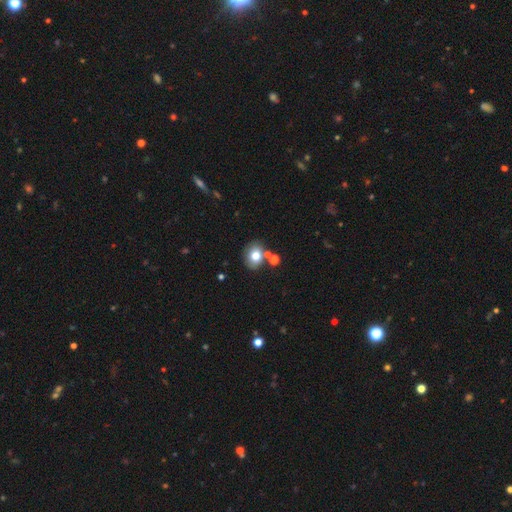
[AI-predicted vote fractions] The model was most divided on "how rounded": round: 52%, in between: 47%, cigar-shaped: 1%. More confident: smooth or featured — smooth (76%); merging — none (71%).